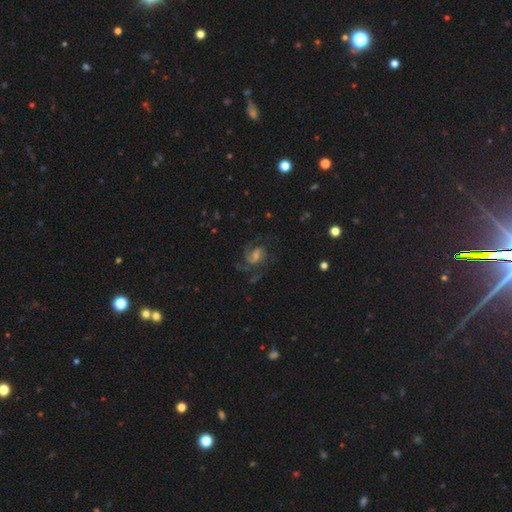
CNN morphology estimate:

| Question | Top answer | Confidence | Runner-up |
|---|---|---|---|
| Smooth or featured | featured or disk | 77% | star or artifact (13%) |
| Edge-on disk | no | 98% | yes (2%) |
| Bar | weak | 49% | no (36%) |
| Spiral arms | yes | 95% | no (5%) |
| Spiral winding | medium | 53% | tight (30%) |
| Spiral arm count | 2 | 44% | 3 (22%) |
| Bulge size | small | 46% | moderate (34%) |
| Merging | none | 63% | major disturbance (19%) |